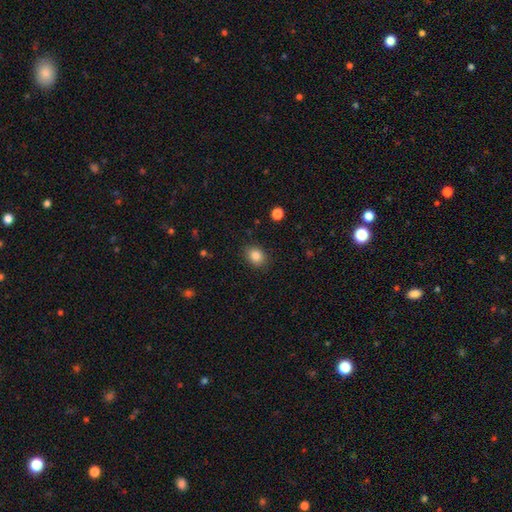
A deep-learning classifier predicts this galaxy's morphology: smooth 85%, star or artifact 10%, featured or disk 6%. Down the decision tree: how rounded — in between (55%); merging — none (86%).